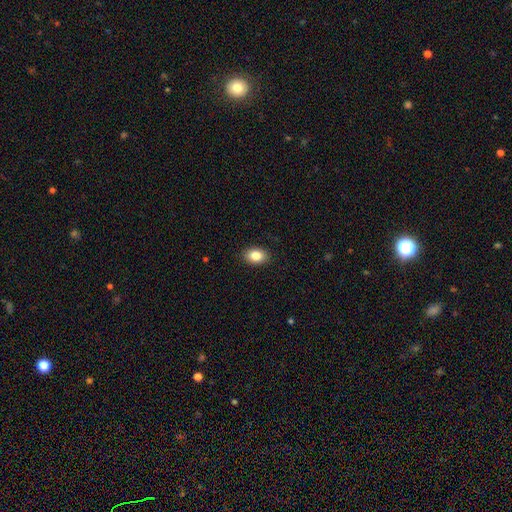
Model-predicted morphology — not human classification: Smooth or featured: smooth — 85% (star or artifact — 8%)
How rounded: in between — 80% (round — 19%)
Merging: none — 90% (minor disturbance — 8%)